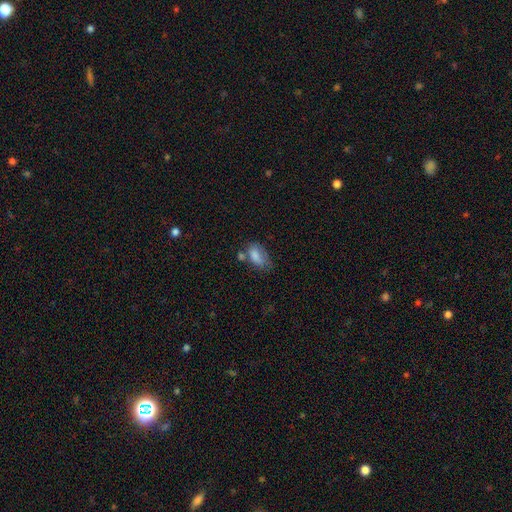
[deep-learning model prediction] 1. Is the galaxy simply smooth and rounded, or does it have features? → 79% smooth, 12% featured or disk, 9% star or artifact.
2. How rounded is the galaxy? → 89% in between, 7% round, 4% cigar-shaped.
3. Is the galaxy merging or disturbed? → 38% none, 29% minor disturbance, 18% merger, 15% major disturbance.